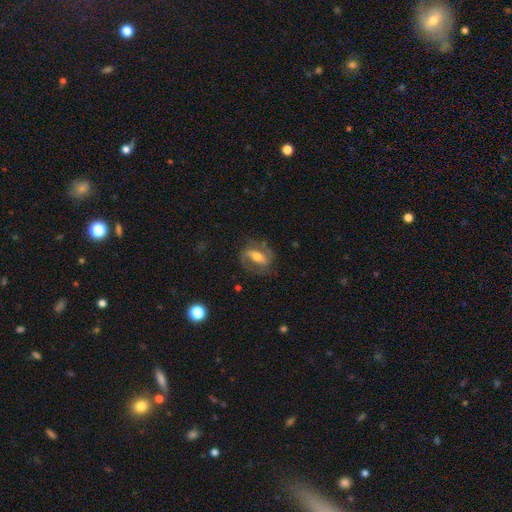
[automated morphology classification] A featured or disk galaxy (69%) with a strong bar (49%), 2 (81%) medium (46%) spiral arms (81%) and a moderate central bulge (64%). Merging: none (70%).